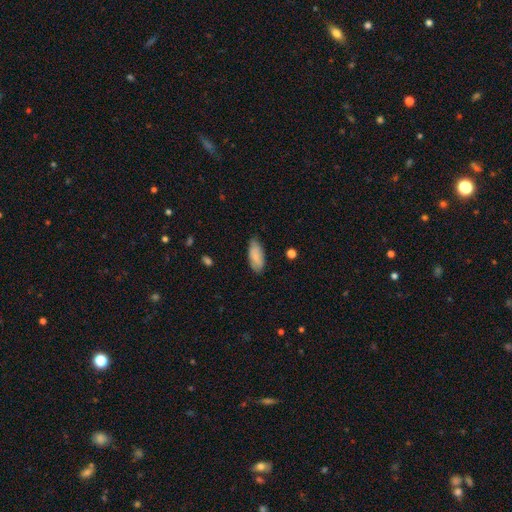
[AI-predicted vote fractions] smooth-or-featured: smooth: 78% | featured or disk: 16% | star or artifact: 6%
  how-rounded: in between: 86% | cigar-shaped: 12% | round: 2%
  merging: none: 75% | minor disturbance: 21% | major disturbance: 3% | merger: 1%